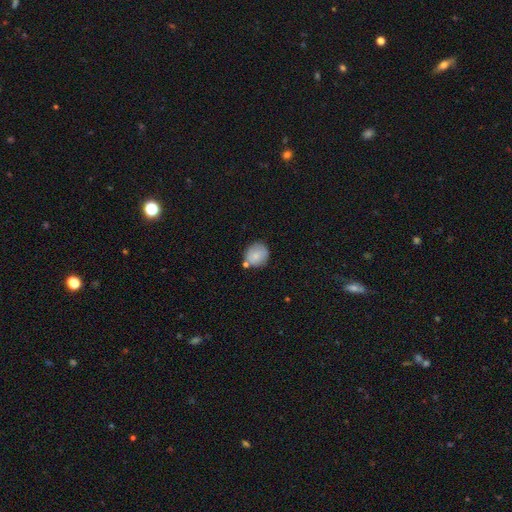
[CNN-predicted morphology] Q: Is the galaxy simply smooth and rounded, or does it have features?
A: smooth — 77%.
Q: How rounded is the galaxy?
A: round — 76%.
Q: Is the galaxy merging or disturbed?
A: none — 67%.